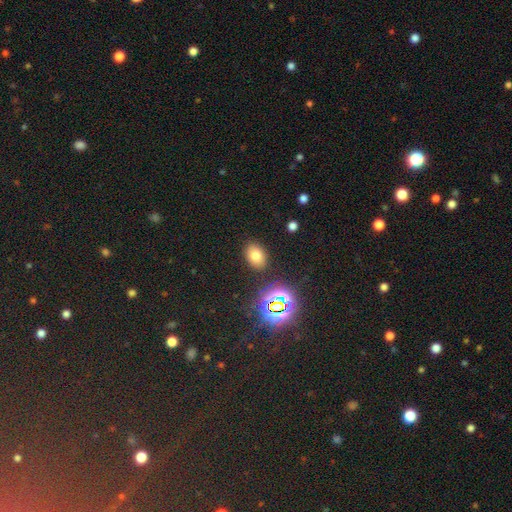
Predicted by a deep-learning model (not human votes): A smooth galaxy with no disk features (71%) that is in between round and cigar-shaped (75%).

Vote fractions:
- Smooth or featured? smooth: 71% / star or artifact: 20% / featured or disk: 9%
- How rounded? in between: 75% / round: 23% / cigar-shaped: 1%
- Merging? none: 86% / minor disturbance: 9% / major disturbance: 3% / merger: 2%